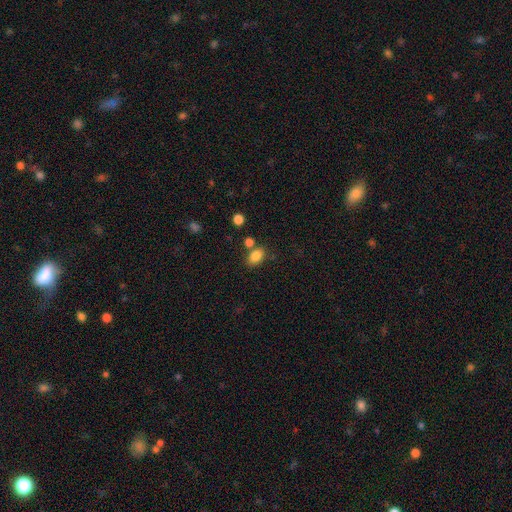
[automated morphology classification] The model was most divided on "merging": none: 68%, merger: 15%, minor disturbance: 13%, major disturbance: 4%. More confident: smooth or featured — smooth (84%); how rounded — in between (78%).